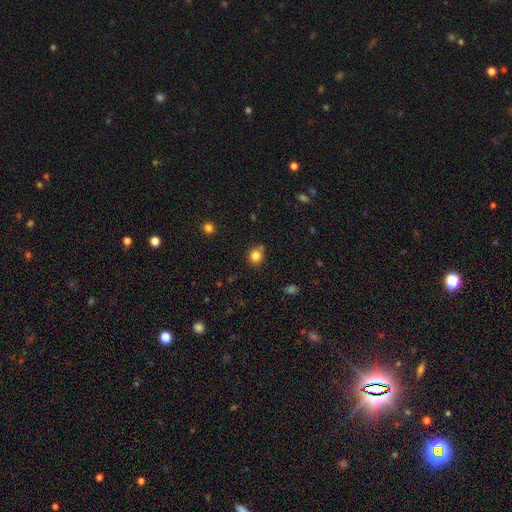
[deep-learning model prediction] The model was most divided on "how rounded": round: 78%, in between: 21%, cigar-shaped: 1%. More confident: smooth or featured — smooth (82%); merging — none (74%).